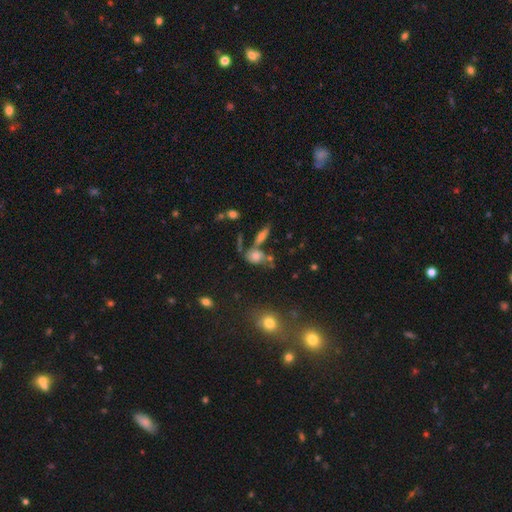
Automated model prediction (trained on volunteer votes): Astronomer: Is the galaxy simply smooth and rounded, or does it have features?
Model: smooth — 63%.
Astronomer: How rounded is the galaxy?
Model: in between — 55% (runner-up: round, 39%).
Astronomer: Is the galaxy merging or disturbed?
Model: none — 48% (runner-up: merger, 26%).